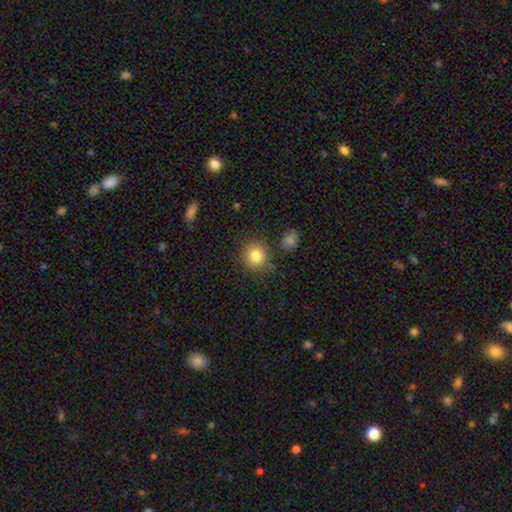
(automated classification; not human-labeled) A smooth galaxy with no disk features (82%) that is round (90%). Merging: none (81%).